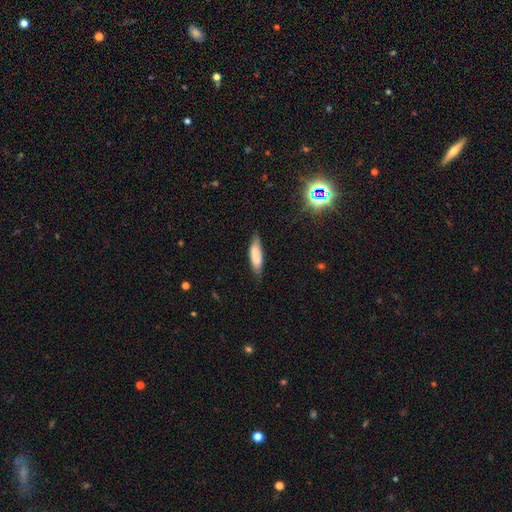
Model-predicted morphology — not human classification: This is likely a smooth galaxy (78%). How rounded: possibly cigar-shaped (52%). Merging: likely none (69%).